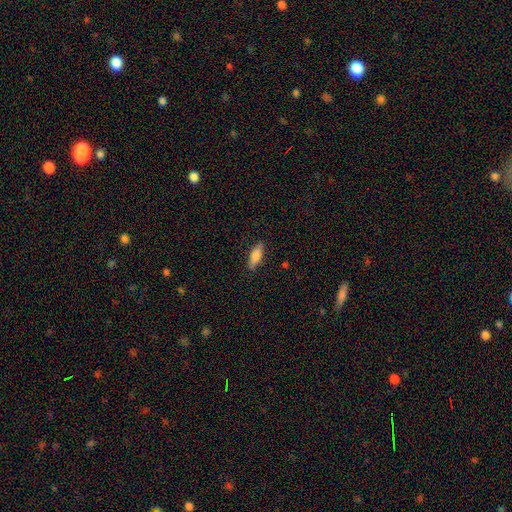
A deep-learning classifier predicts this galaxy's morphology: type=smooth (72%); roundness=in between (55%); merging=none (87%).